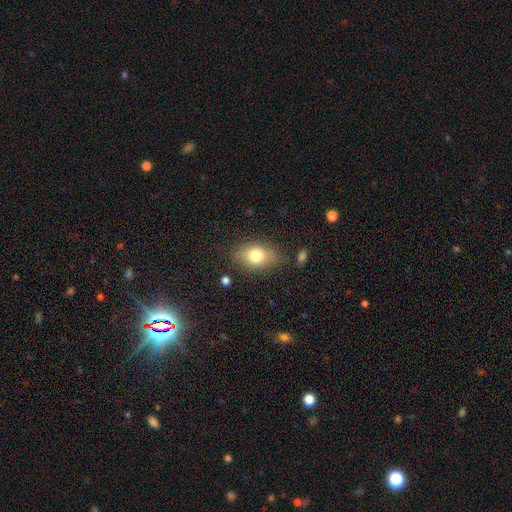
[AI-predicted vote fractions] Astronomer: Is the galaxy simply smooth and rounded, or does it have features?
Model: smooth — 76%.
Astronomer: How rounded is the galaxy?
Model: in between — 78%.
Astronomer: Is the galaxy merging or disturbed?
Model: none — 79%.